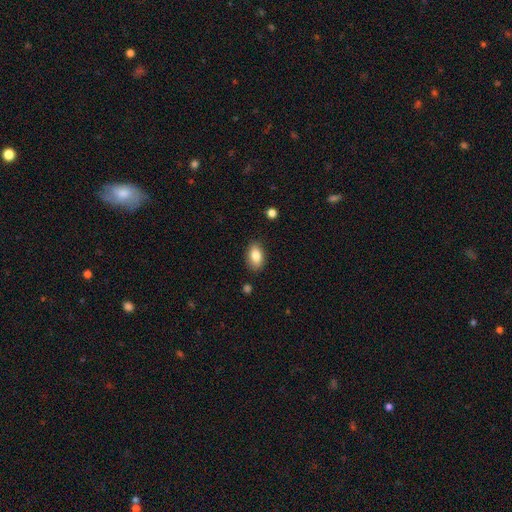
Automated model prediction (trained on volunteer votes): This appears to be a smooth galaxy with no disk features (83%) that is in between round and cigar-shaped (89%). Merging: none (85%).